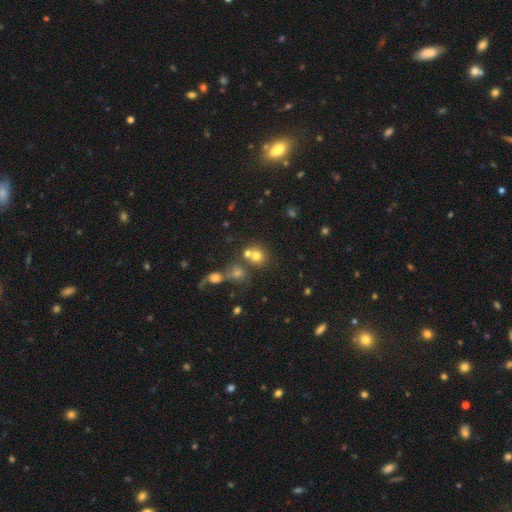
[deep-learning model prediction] Smooth or featured?
  - smooth: 71% *
  - star or artifact: 16%
  - featured or disk: 13%
How rounded?
  - round: 83% *
  - in between: 16%
  - cigar-shaped: 1%
Merging?
  - none: 52% *
  - merger: 34%
  - minor disturbance: 9%
  - major disturbance: 5%